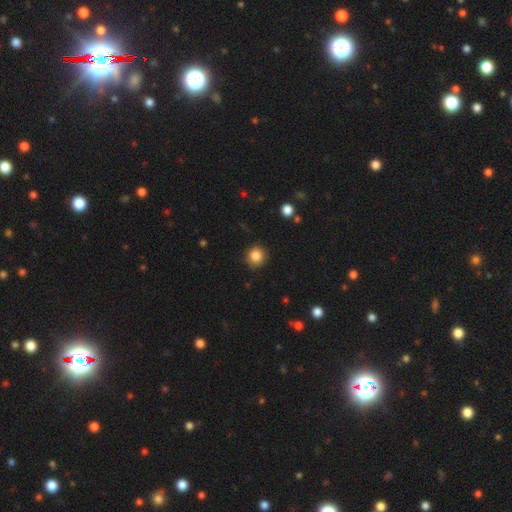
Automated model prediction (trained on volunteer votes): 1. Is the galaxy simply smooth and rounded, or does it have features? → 85% smooth, 10% star or artifact, 5% featured or disk.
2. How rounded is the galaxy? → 93% round, 6% in between, 1% cigar-shaped.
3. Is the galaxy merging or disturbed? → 90% none, 7% minor disturbance, 2% major disturbance, 1% merger.